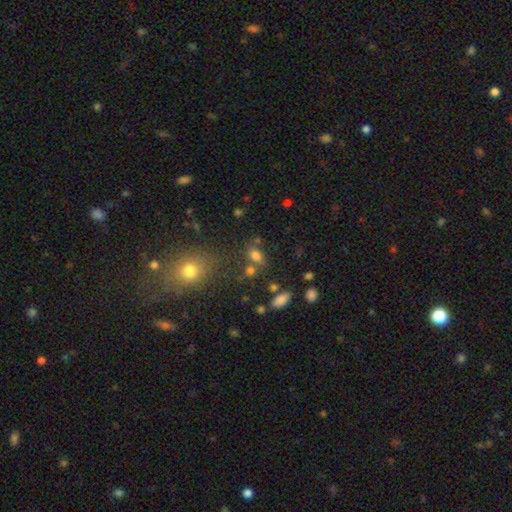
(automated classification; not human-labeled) Smooth or featured: smooth — 75% (star or artifact — 16%)
How rounded: in between — 77% (round — 20%)
Merging: none — 57% (merger — 22%)